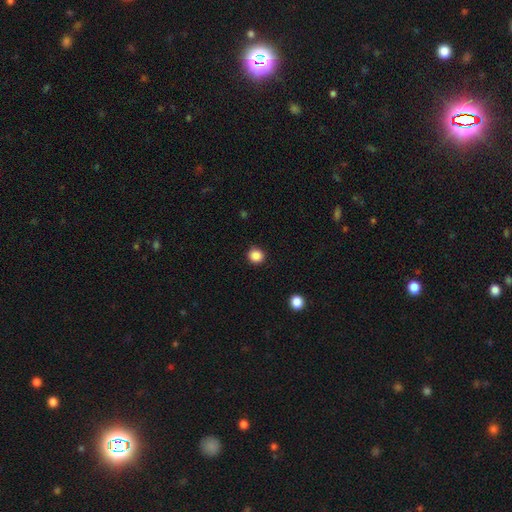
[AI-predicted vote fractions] Q: Smooth or featured?
A: smooth (87%); runner-up: star or artifact (10%)
Q: How rounded?
A: round (91%); runner-up: in between (8%)
Q: Merging?
A: none (91%); runner-up: minor disturbance (6%)